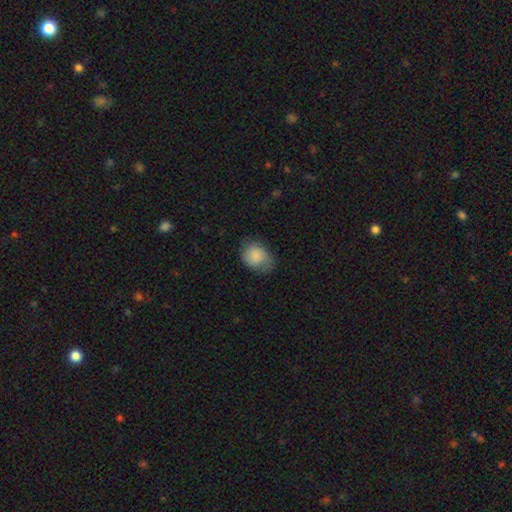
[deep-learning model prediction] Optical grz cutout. It shows a smooth galaxy with no disk features (84%) that is in between round and cigar-shaped (61%). Merging: none (58%).